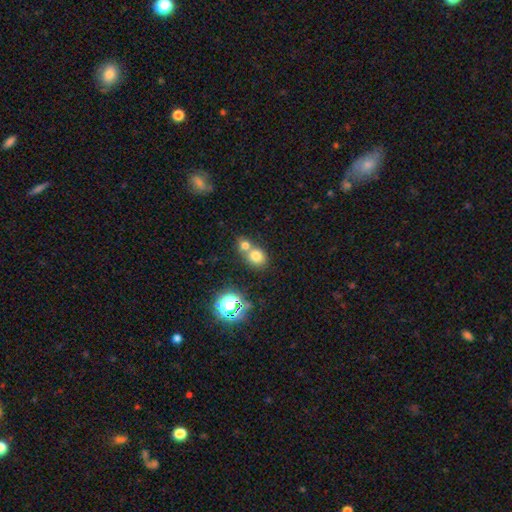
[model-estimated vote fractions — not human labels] Morphology: type=smooth (73%); roundness=round (73%); merging=merger (49%).